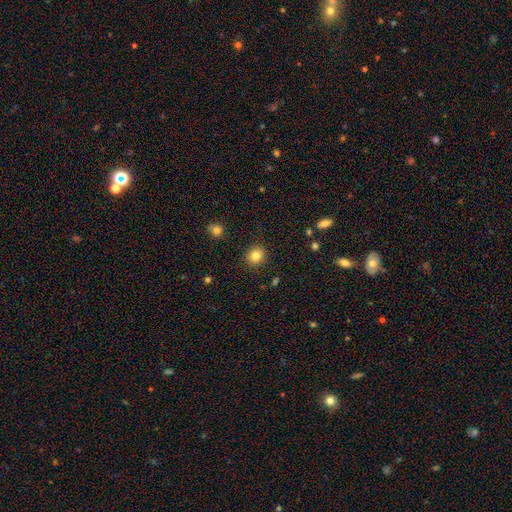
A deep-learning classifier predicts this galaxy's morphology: smooth 83%, star or artifact 11%, featured or disk 6%. Down the decision tree: how rounded — round (82%); merging — none (90%).